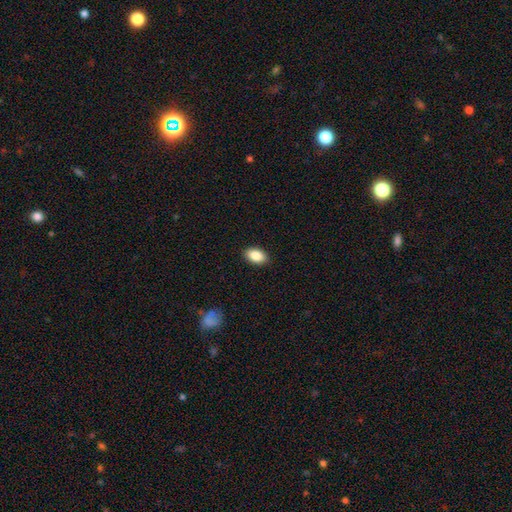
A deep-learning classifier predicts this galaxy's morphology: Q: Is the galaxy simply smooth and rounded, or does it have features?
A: smooth — 87%.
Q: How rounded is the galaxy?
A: in between — 92%.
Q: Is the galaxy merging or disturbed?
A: none — 90%.